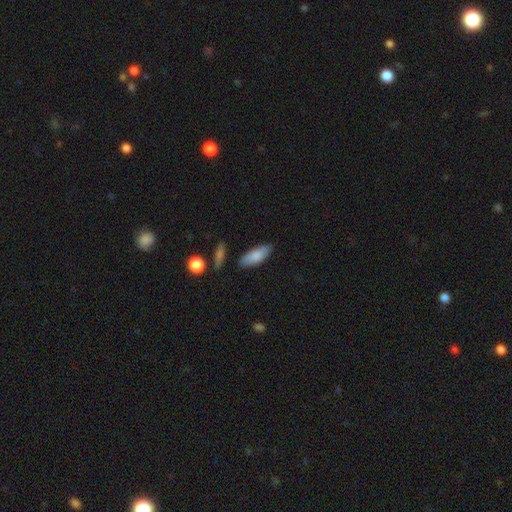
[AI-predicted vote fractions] Q: Smooth or featured?
A: smooth (83%); runner-up: featured or disk (11%)
Q: How rounded?
A: in between (74%); runner-up: cigar-shaped (24%)
Q: Merging?
A: none (80%); runner-up: minor disturbance (14%)